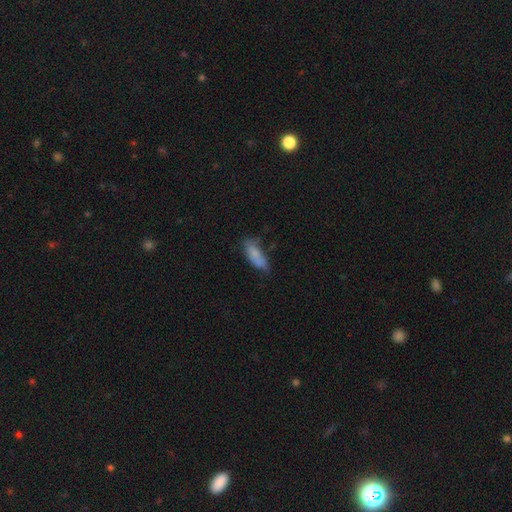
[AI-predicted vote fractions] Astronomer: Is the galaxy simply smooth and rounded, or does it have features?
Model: smooth — 77%.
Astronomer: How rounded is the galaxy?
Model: in between — 67%.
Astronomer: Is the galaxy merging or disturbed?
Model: none — 51% (runner-up: minor disturbance, 33%).